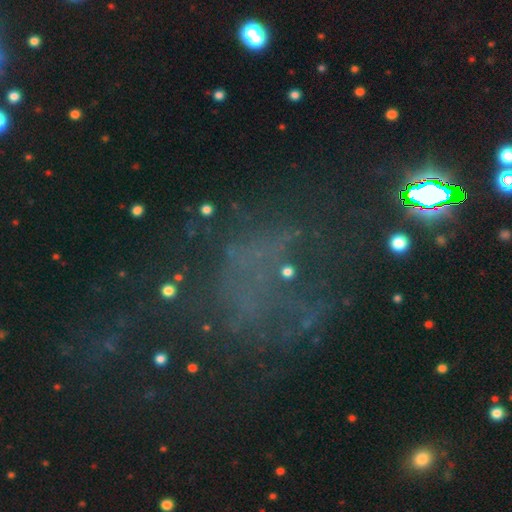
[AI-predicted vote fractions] Smooth or featured? Predicted: star or artifact (p=0.47).